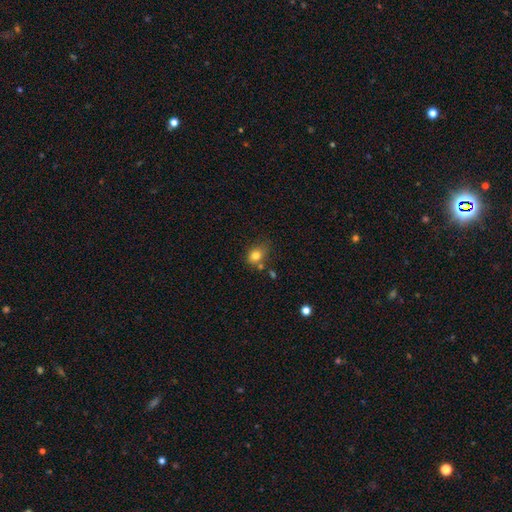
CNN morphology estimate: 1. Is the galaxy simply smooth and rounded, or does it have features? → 80% smooth, 11% star or artifact, 9% featured or disk.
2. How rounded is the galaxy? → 52% in between, 47% round, 1% cigar-shaped.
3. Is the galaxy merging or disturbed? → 58% none, 23% minor disturbance, 13% merger, 7% major disturbance.